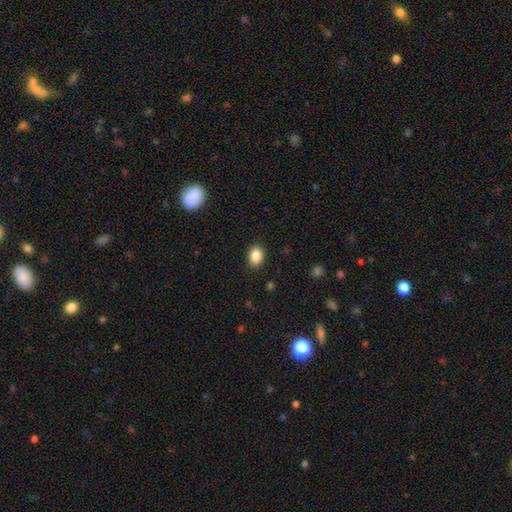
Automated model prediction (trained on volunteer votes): Smooth or featured?
  - smooth: 87% *
  - star or artifact: 8%
  - featured or disk: 4%
How rounded?
  - in between: 74% *
  - round: 25%
  - cigar-shaped: 1%
Merging?
  - none: 89% *
  - minor disturbance: 8%
  - major disturbance: 2%
  - merger: 1%